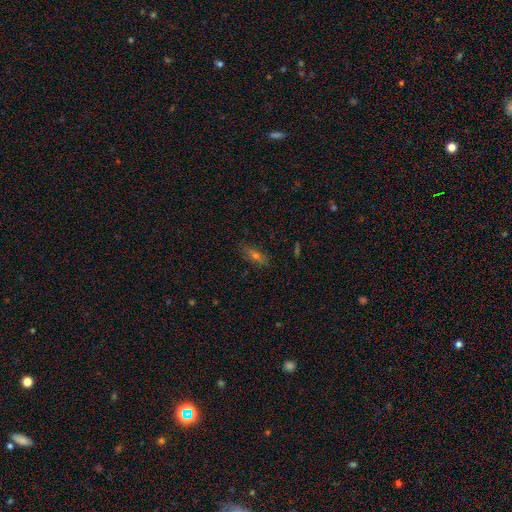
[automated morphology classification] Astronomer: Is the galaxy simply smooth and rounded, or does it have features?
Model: smooth — 46% (runner-up: featured or disk, 35%).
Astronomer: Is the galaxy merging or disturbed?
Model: none — 84%.